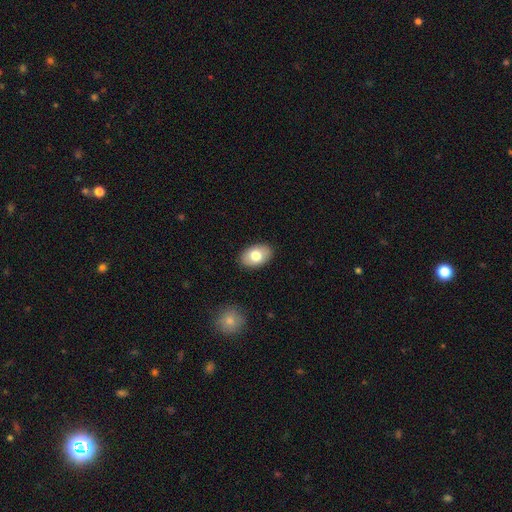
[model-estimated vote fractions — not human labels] Smooth or featured: smooth — 77% (featured or disk — 17%)
How rounded: in between — 90% (round — 9%)
Merging: none — 89% (minor disturbance — 8%)